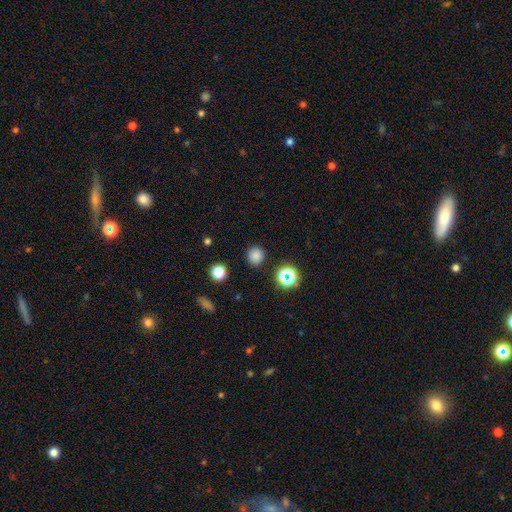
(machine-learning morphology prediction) smooth-or-featured: smooth: 78% | star or artifact: 17% | featured or disk: 5%
  how-rounded: round: 90% | in between: 9% | cigar-shaped: 1%
  merging: none: 89% | minor disturbance: 7% | major disturbance: 2% | merger: 2%